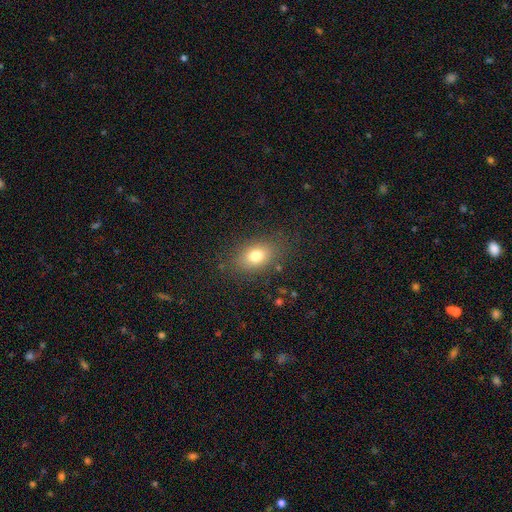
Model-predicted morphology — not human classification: Smooth or featured?
  - smooth: 77% *
  - featured or disk: 12%
  - star or artifact: 11%
How rounded?
  - in between: 80% *
  - round: 19%
  - cigar-shaped: 2%
Merging?
  - none: 82% *
  - minor disturbance: 12%
  - major disturbance: 5%
  - merger: 1%